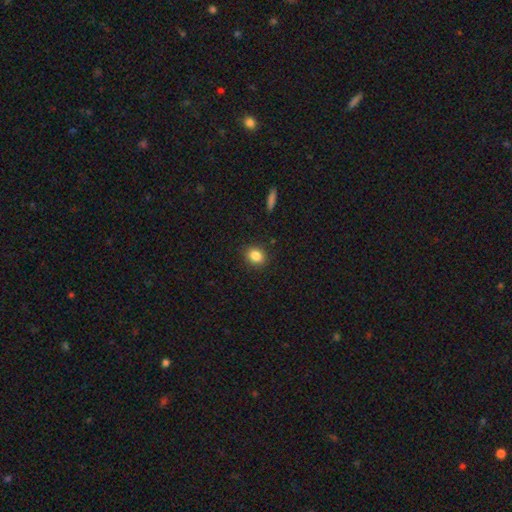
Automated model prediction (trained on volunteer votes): The model was most divided on "how rounded": round: 57%, in between: 42%, cigar-shaped: 1%. More confident: merging — none (88%); smooth or featured — smooth (85%).